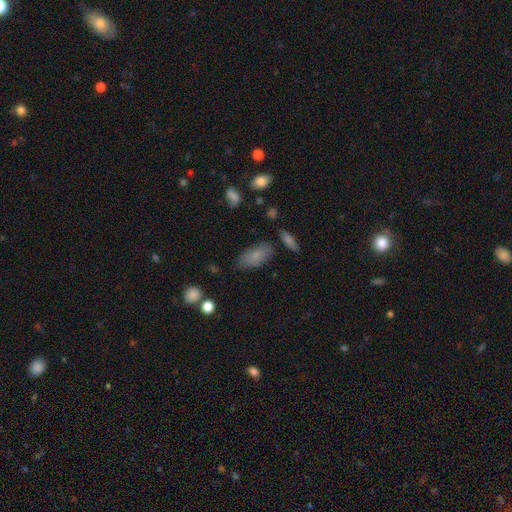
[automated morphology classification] This appears to be a smooth galaxy with no disk features (79%) that is in between round and cigar-shaped (89%). Merging: none (72%).